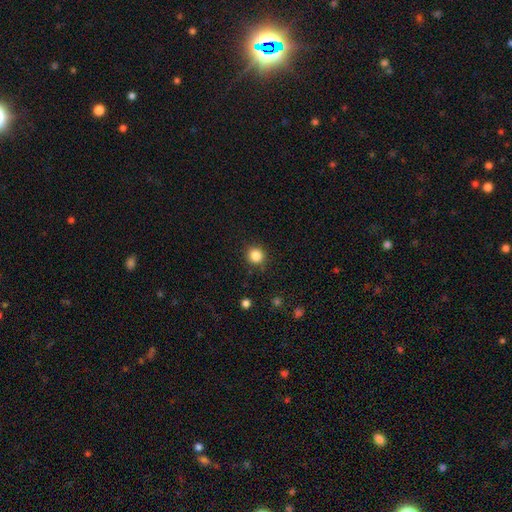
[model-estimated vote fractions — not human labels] A smooth galaxy with no disk features (84%) that is round (93%).

Vote fractions:
- Smooth or featured? smooth: 84% / star or artifact: 12% / featured or disk: 4%
- How rounded? round: 93% / in between: 6% / cigar-shaped: 1%
- Merging? none: 89% / minor disturbance: 7% / major disturbance: 2% / merger: 1%